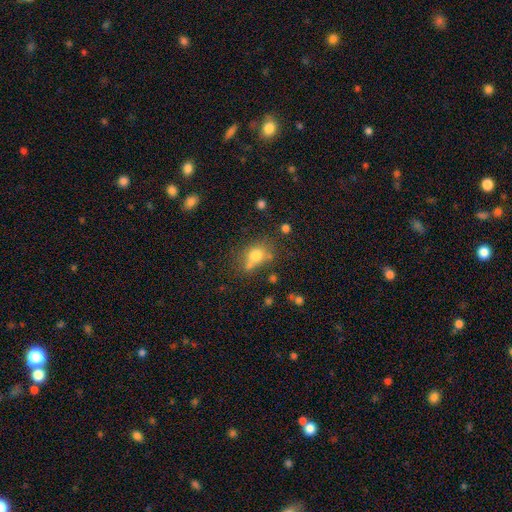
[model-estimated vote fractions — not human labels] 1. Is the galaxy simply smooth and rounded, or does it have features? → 72% smooth, 14% star or artifact, 14% featured or disk.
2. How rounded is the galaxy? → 51% round, 47% in between, 2% cigar-shaped.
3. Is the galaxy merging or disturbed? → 51% none, 22% merger, 18% minor disturbance, 8% major disturbance.